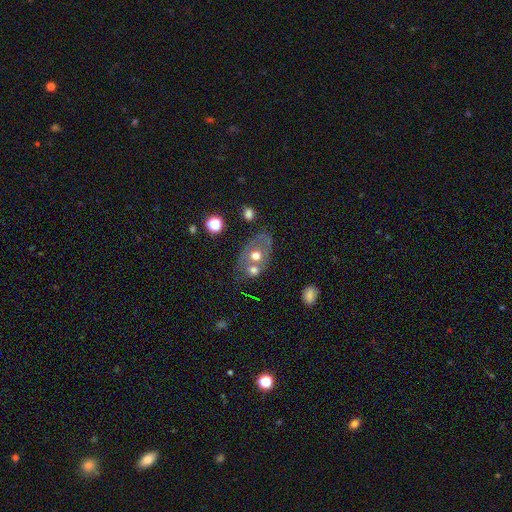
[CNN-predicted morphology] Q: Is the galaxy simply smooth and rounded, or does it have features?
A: featured or disk — 47%.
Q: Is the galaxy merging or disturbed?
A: none — 39%, tied with merger.